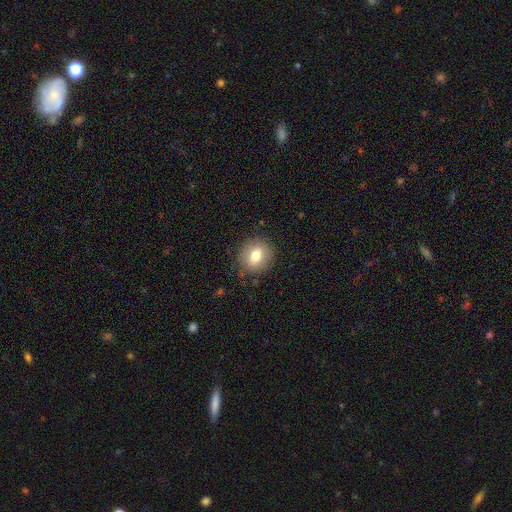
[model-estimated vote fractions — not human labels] Morphology: type=smooth (76%); roundness=round (71%); merging=none (86%).